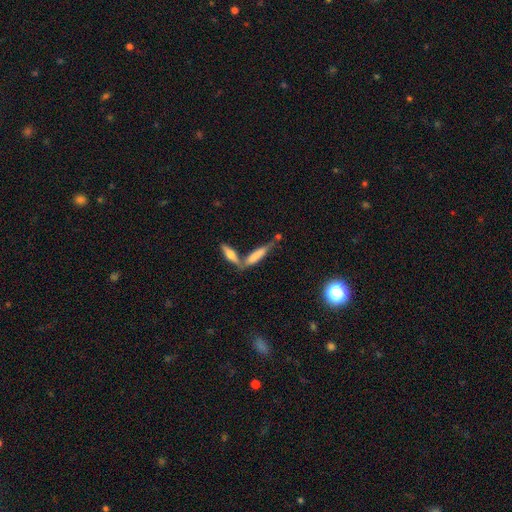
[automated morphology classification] A smooth galaxy with no disk features (66%) that is cigar-shaped (75%).

Vote fractions:
- Smooth or featured? smooth: 66% / featured or disk: 26% / star or artifact: 8%
- How rounded? cigar-shaped: 75% / in between: 23% / round: 2%
- Merging? none: 45% / merger: 36% / minor disturbance: 14% / major disturbance: 6%